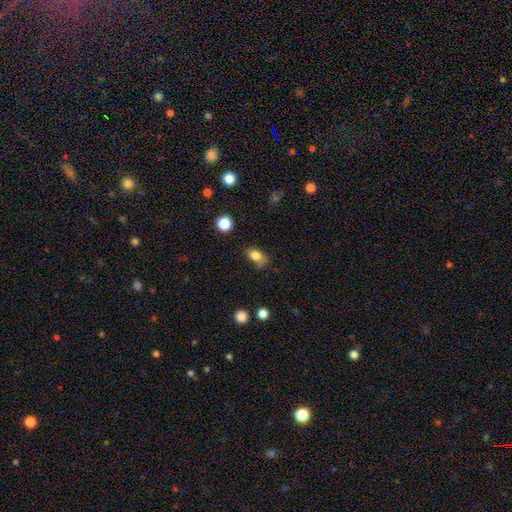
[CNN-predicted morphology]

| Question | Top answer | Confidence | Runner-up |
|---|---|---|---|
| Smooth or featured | smooth | 79% | featured or disk (11%) |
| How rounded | in between | 81% | round (15%) |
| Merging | none | 54% | minor disturbance (31%) |